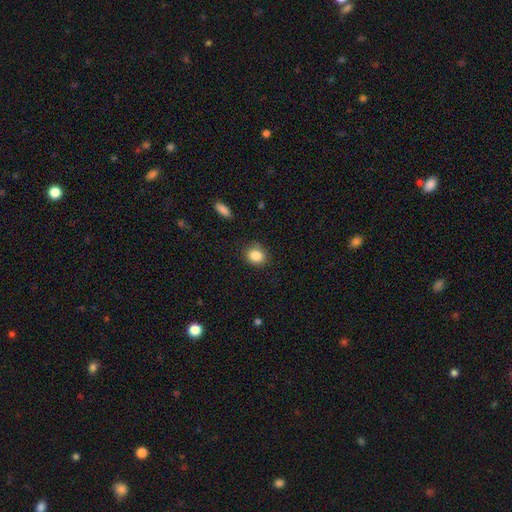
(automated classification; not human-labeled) Smooth or featured? Predicted: smooth (p=0.86). How rounded? Predicted: round (p=0.69). Merging? Predicted: none (p=0.84).